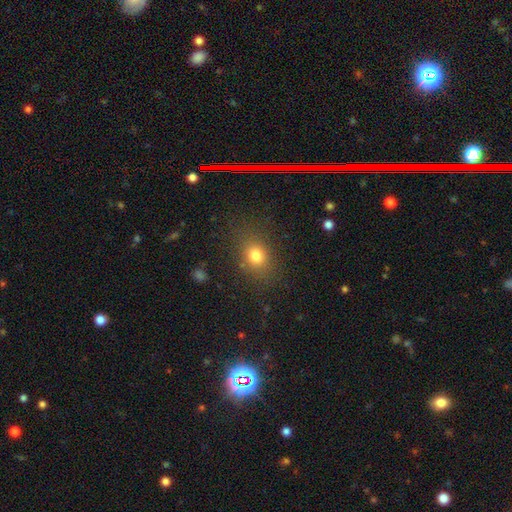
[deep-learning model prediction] smooth 78%, star or artifact 13%, featured or disk 9%. Down the decision tree: how rounded — round (50%); merging — none (79%).